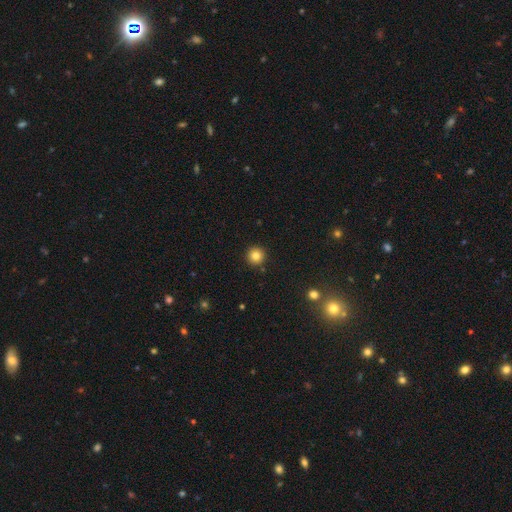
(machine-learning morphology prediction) Overall: smooth (83%). How rounded: round (96%). Merging: none (92%).